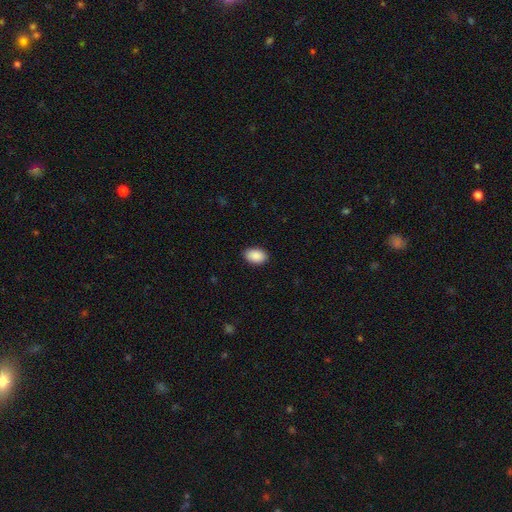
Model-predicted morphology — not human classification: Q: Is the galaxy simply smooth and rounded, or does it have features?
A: smooth — 91%.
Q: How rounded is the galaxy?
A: in between — 90%.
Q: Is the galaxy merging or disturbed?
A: none — 90%.